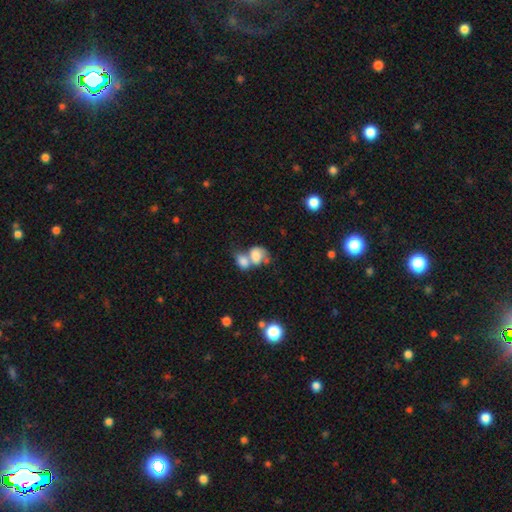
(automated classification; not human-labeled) Overall: smooth (68%). How rounded: in between (65%; round 33%). Merging: merger (72%).